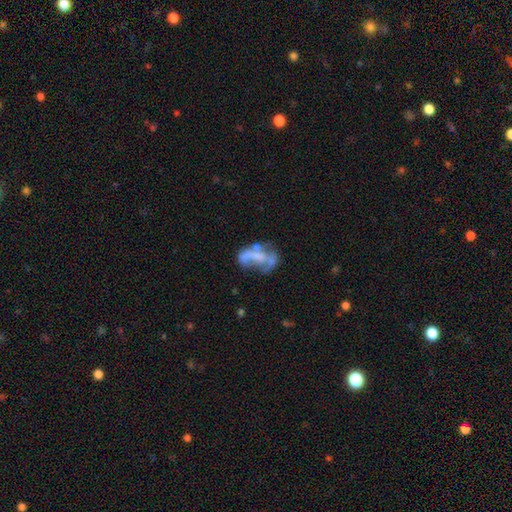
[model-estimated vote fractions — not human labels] Smooth or featured: featured or disk — 61% (smooth — 27%)
Edge-on disk: no — 96% (yes — 4%)
Bar: no — 70% (weak — 18%)
Spiral arms: no — 77% (yes — 23%)
Bulge size: none — 61% (small — 16%)
Merging: major disturbance — 31% (none — 29%)